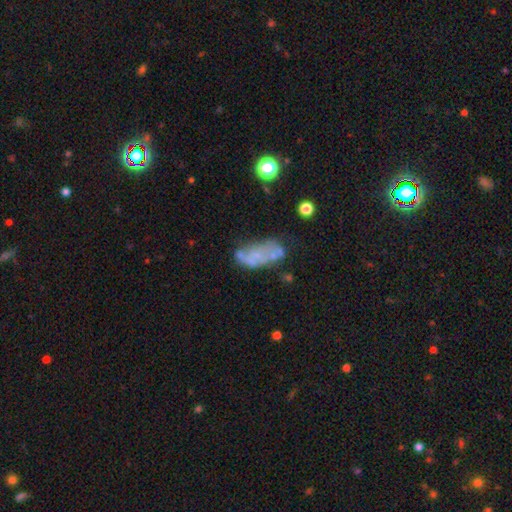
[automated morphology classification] A featured or disk galaxy (47%). Merging: none (42%).